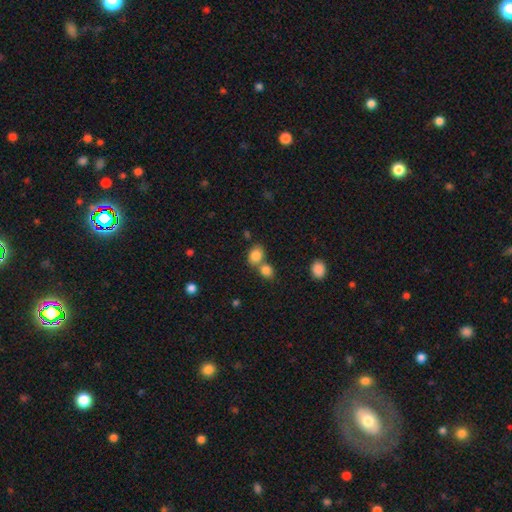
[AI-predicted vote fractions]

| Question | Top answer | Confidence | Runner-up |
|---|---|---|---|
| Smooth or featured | smooth | 84% | star or artifact (10%) |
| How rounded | in between | 53% | round (46%) |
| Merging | none | 47% | merger (41%) |